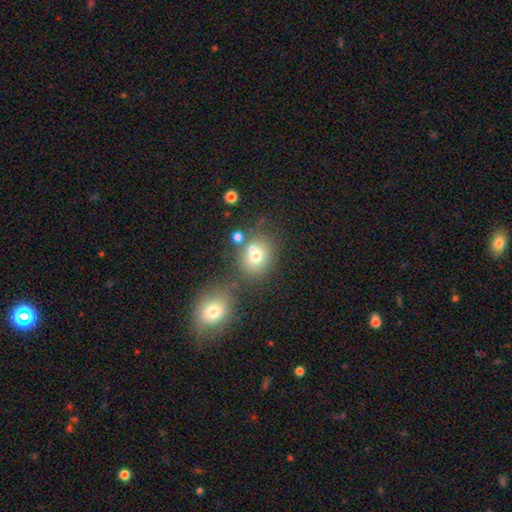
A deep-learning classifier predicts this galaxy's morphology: smooth_or_featured: smooth (p=0.70) [alt: featured or disk p=0.16]
how_rounded: round (p=0.66) [alt: in between p=0.33]
merging: none (p=0.53) [alt: merger p=0.29]